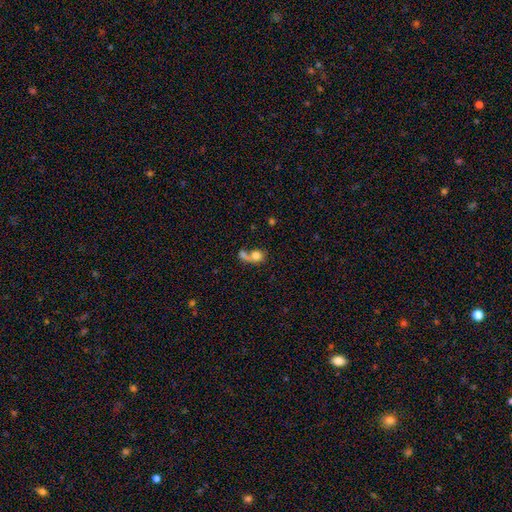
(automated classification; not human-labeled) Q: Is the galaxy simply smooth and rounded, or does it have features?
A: smooth — 71%.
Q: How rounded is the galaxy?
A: round — 60%.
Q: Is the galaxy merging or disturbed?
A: merger — 54%.